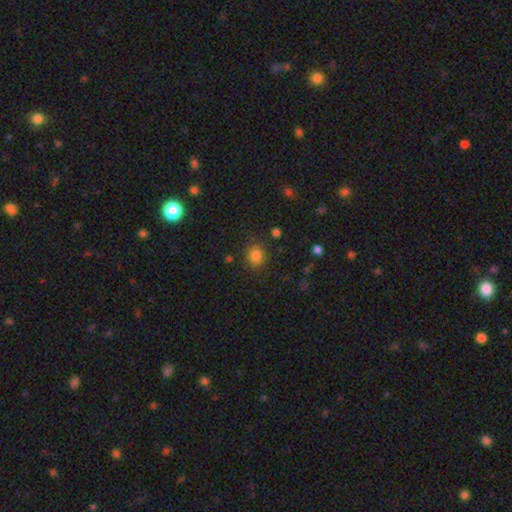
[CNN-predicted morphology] Smooth or featured: smooth — 82% (star or artifact — 13%)
How rounded: round — 76% (in between — 23%)
Merging: none — 83% (minor disturbance — 10%)